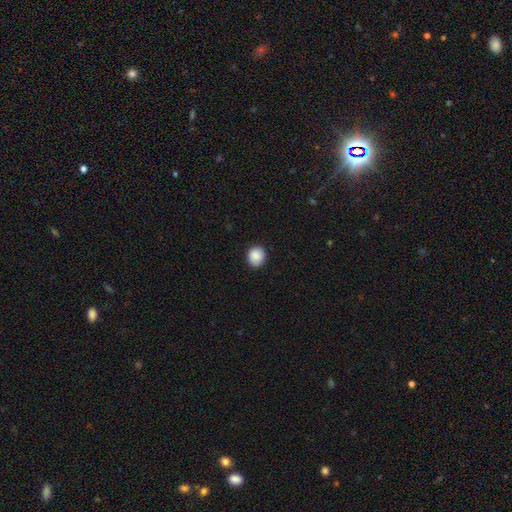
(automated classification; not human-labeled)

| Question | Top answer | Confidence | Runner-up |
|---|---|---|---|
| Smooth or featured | smooth | 89% | star or artifact (8%) |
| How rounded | round | 84% | in between (15%) |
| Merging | none | 88% | minor disturbance (9%) |